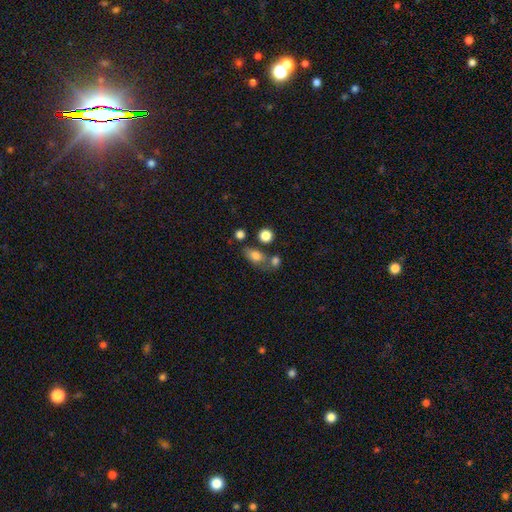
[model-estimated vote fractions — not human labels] This appears to be a smooth galaxy with no disk features (78%) that is in between round and cigar-shaped (76%). Merging: none (55%).